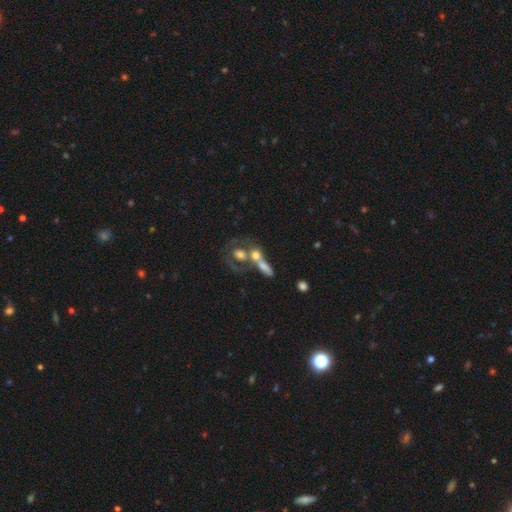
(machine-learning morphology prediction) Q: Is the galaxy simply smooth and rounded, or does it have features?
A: smooth — 47%.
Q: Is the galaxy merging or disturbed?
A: merger — 59%.